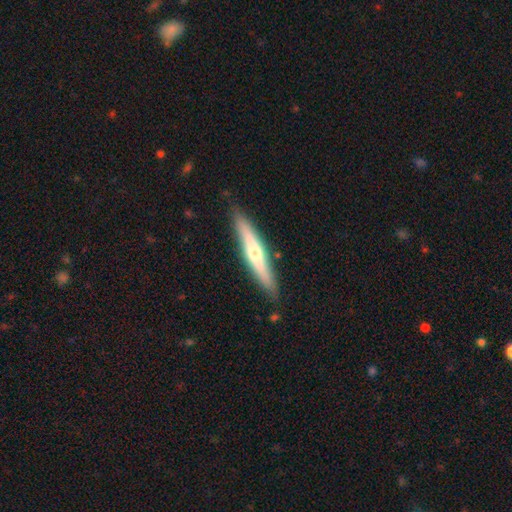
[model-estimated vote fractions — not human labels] A featured or disk galaxy (58%) viewed edge-on (92%) with a rounded central bulge (82%).

Vote fractions:
- Smooth or featured? featured or disk: 58% / smooth: 36% / star or artifact: 6%
- Edge-on disk? yes: 92% / no: 8%
- Edge-on bulge? rounded: 82% / none: 14% / boxy: 4%
- Merging? none: 88% / minor disturbance: 9% / major disturbance: 2% / merger: 1%